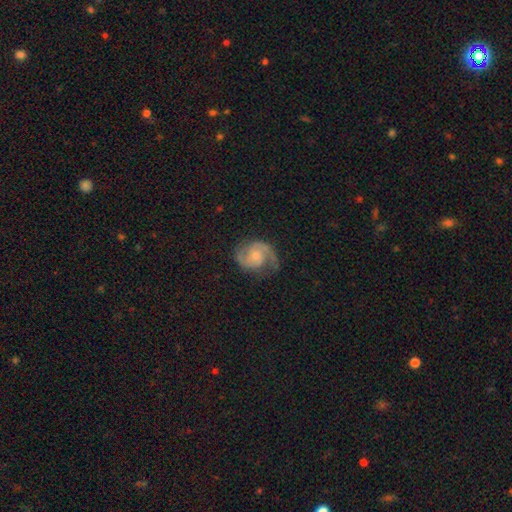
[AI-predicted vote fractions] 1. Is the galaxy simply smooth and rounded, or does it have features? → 83% featured or disk, 12% smooth, 6% star or artifact.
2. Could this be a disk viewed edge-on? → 98% no, 2% yes.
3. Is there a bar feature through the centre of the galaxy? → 62% no, 33% weak, 5% strong.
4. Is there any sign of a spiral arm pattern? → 96% yes, 4% no.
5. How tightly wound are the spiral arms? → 52% medium, 29% tight, 19% loose.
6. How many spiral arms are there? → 88% 2, 4% can't tell, 4% 1, 2% 3, 1% 4, 1% more than 4.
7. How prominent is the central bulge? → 37% small, 35% moderate, 19% none, 7% large, 2% dominant.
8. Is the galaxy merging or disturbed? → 68% none, 20% minor disturbance, 11% major disturbance, 1% merger.